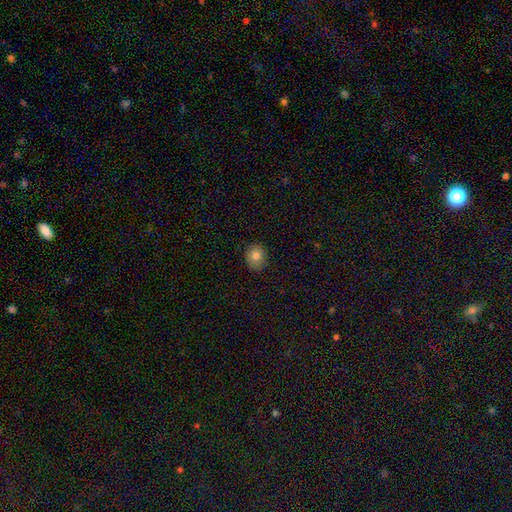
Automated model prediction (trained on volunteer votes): Smooth or featured: smooth — 80% (star or artifact — 10%)
How rounded: round — 72% (in between — 27%)
Merging: none — 85% (minor disturbance — 11%)